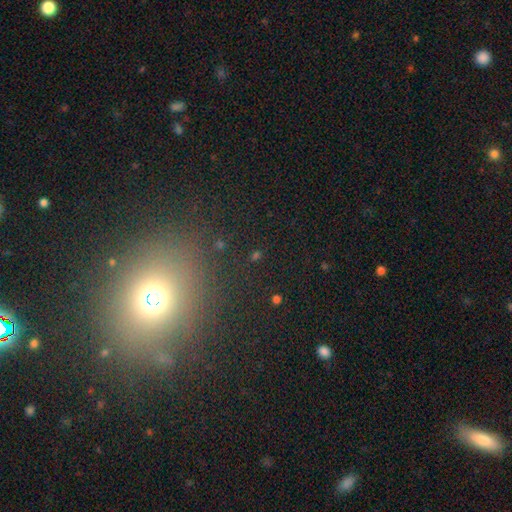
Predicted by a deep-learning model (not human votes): star or artifact 53%, smooth 36%, featured or disk 11%.